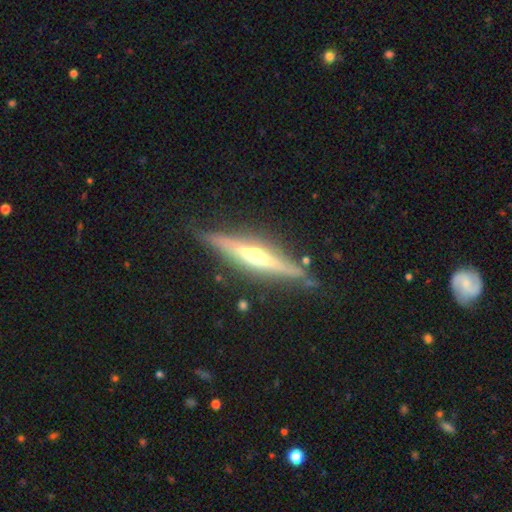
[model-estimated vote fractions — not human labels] The model was most divided on "smooth or featured": featured or disk: 80%, smooth: 14%, star or artifact: 5%. More confident: edge-on disk — yes (96%); merging — none (83%); edge-on bulge — rounded (81%).